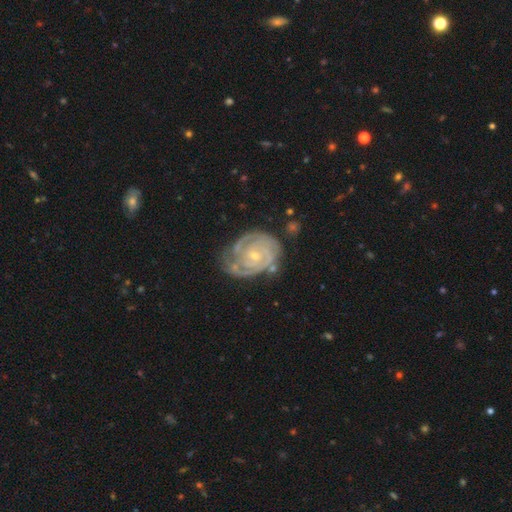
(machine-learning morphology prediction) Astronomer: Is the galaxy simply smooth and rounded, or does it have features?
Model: featured or disk — 90%.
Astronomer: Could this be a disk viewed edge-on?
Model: no — 98%.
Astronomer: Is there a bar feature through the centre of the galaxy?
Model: no — 67%.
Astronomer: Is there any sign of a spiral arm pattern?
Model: yes — 98%.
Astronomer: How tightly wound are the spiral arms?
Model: tight — 79%.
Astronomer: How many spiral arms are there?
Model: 2 — 39% (runner-up: 3, 28%).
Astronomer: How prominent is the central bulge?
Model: small — 71%.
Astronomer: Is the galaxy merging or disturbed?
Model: none — 64%.